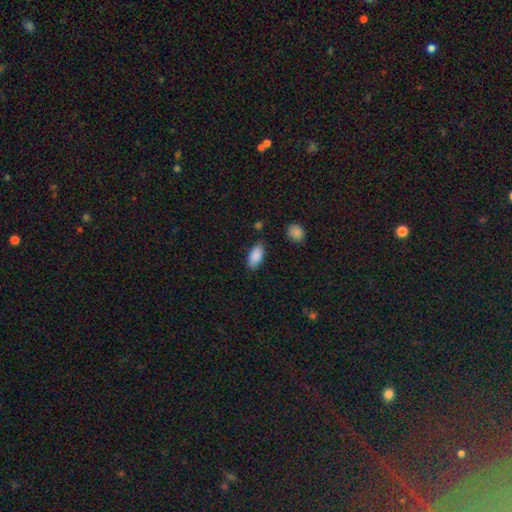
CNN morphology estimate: This appears to be a smooth galaxy with no disk features (88%) that is in between round and cigar-shaped (89%). Merging: none (80%).